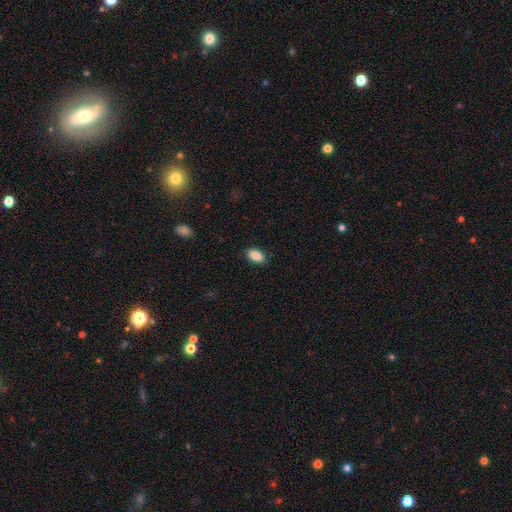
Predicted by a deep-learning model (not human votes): smooth_or_featured: smooth (p=0.88) [alt: star or artifact p=0.07]
how_rounded: in between (p=0.91) [alt: round p=0.05]
merging: none (p=0.88) [alt: minor disturbance p=0.09]